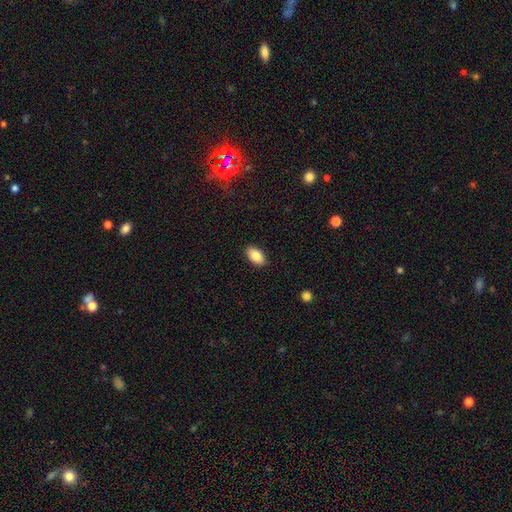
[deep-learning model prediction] This appears to be a smooth galaxy with no disk features (85%) that is in between round and cigar-shaped (93%). Merging: none (89%).